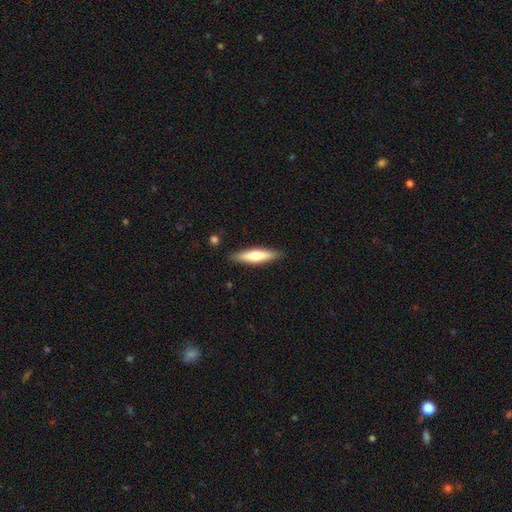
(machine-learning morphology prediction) Smooth or featured? smooth (60%)
How rounded? cigar-shaped (76%)
Merging? none (88%)